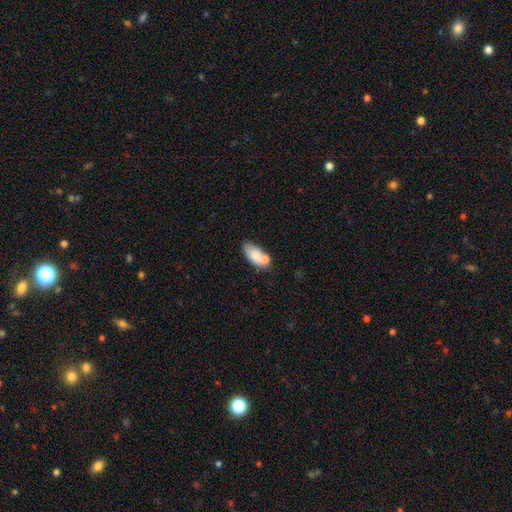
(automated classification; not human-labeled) Smooth or featured? smooth (78%)
How rounded? in between (90%)
Merging? none (52%)